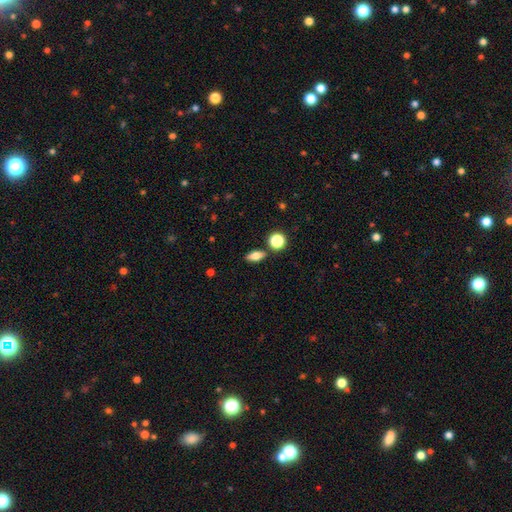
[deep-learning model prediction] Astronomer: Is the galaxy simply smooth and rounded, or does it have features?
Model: smooth — 74%.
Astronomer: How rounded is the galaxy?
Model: in between — 75%.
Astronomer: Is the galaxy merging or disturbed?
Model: none — 83%.